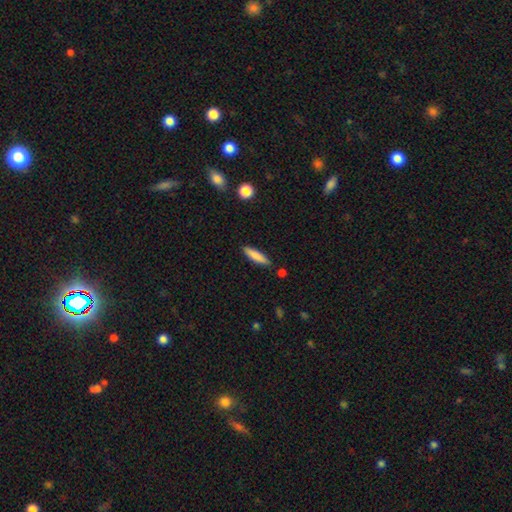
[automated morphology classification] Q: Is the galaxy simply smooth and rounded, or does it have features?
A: smooth — 82%.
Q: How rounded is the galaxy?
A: cigar-shaped — 76%.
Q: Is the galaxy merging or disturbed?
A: none — 86%.